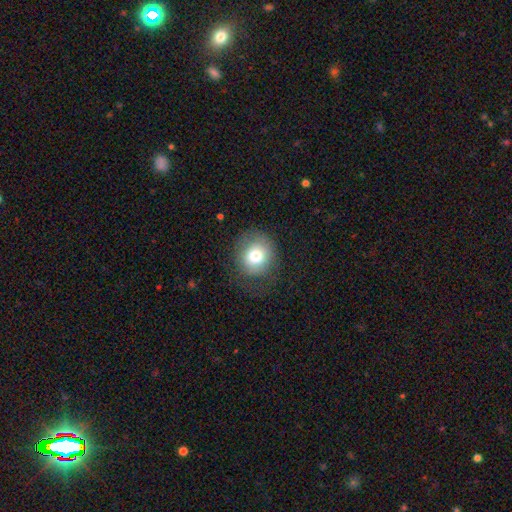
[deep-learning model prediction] The model was most divided on "merging": none: 69%, minor disturbance: 18%, major disturbance: 12%, merger: 1%. More confident: how rounded — round (81%); smooth or featured — smooth (76%).